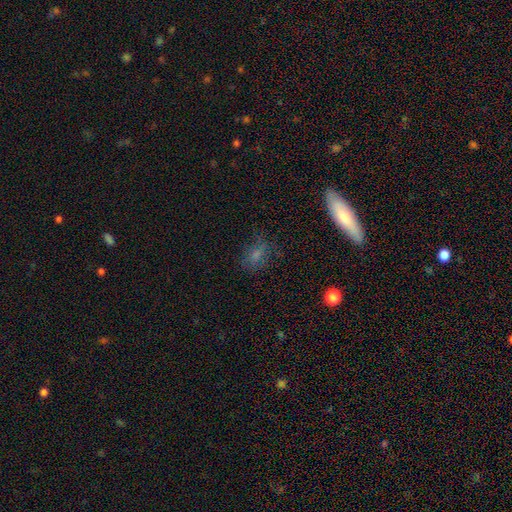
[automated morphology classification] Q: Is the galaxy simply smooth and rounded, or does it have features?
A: smooth — 58%.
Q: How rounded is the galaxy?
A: in between — 64%.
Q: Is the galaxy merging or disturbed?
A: none — 69%.